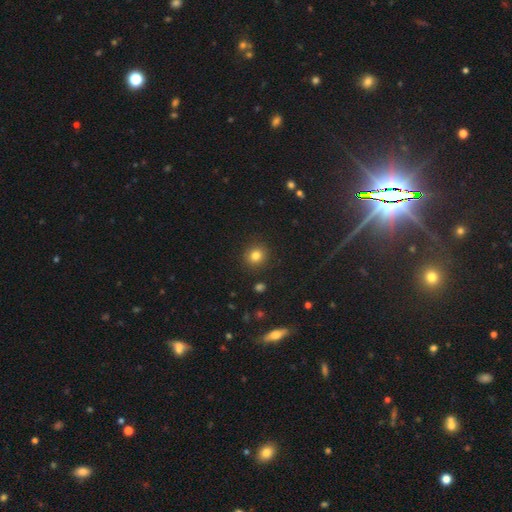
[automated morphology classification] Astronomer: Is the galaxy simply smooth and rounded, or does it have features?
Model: smooth — 82%.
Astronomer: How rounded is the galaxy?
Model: round — 86%.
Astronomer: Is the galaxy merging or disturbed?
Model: none — 90%.